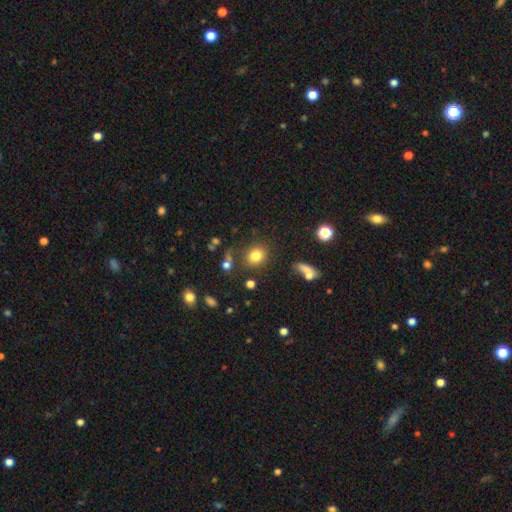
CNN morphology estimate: Smooth or featured?
  - smooth: 80% *
  - star or artifact: 12%
  - featured or disk: 8%
How rounded?
  - round: 66% *
  - in between: 32%
  - cigar-shaped: 1%
Merging?
  - none: 79% *
  - minor disturbance: 11%
  - merger: 5%
  - major disturbance: 5%